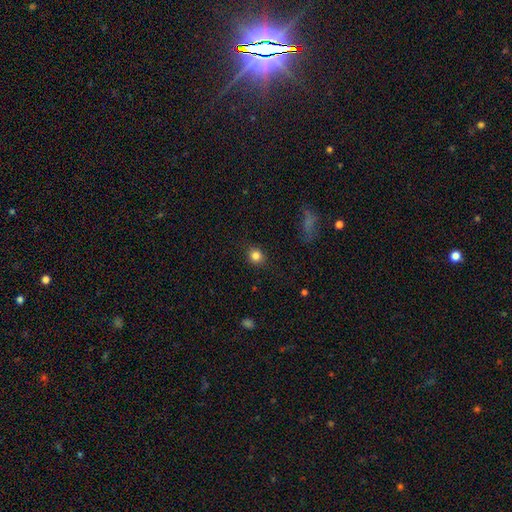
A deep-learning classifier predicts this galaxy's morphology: Smooth or featured: smooth — 83% (star or artifact — 11%)
How rounded: round — 81% (in between — 18%)
Merging: none — 86% (minor disturbance — 10%)